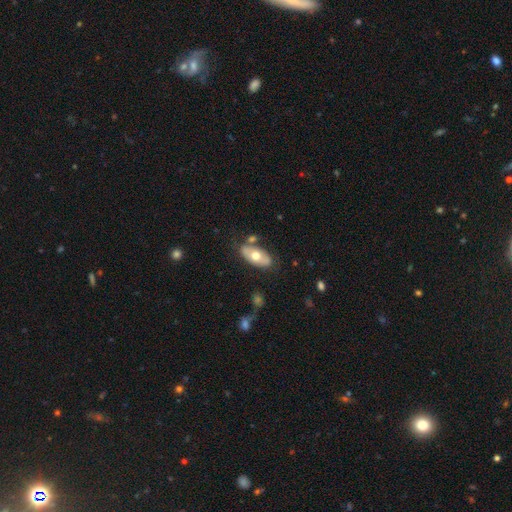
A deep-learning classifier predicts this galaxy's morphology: This appears to be a smooth galaxy with no disk features (59%) that is in between round and cigar-shaped (92%). Merging: none (71%).